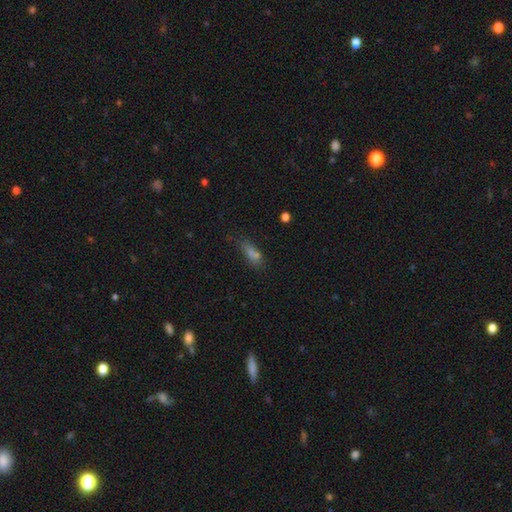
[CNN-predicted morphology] smooth-or-featured: smooth: 66% | star or artifact: 20% | featured or disk: 14%
  how-rounded: in between: 51% | cigar-shaped: 44% | round: 5%
  merging: none: 58% | minor disturbance: 22% | merger: 10% | major disturbance: 10%